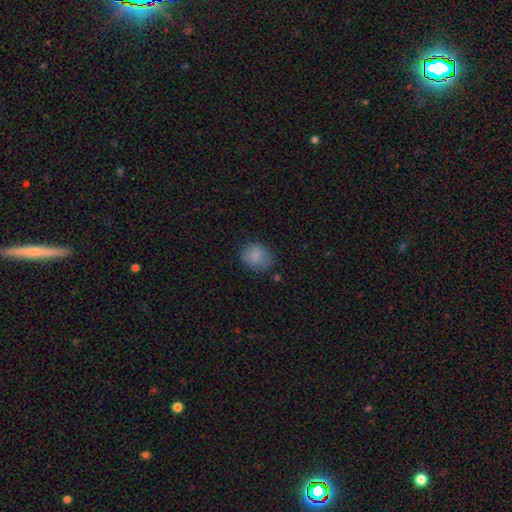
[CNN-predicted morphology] Smooth or featured?
  - smooth: 82% *
  - star or artifact: 9%
  - featured or disk: 8%
How rounded?
  - round: 52% *
  - in between: 47%
  - cigar-shaped: 1%
Merging?
  - none: 70% *
  - minor disturbance: 22%
  - major disturbance: 7%
  - merger: 2%